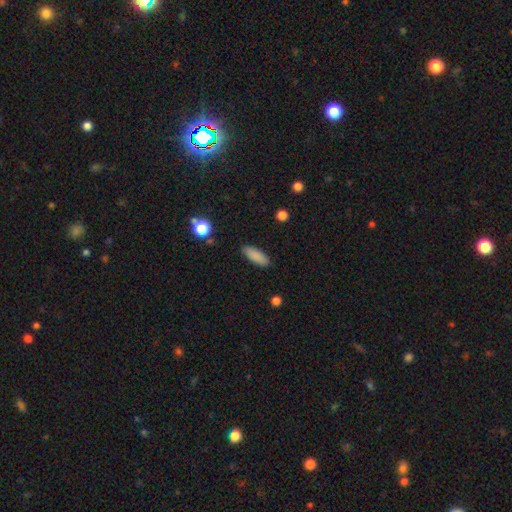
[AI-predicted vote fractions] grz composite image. It shows a smooth galaxy with no disk features (88%) that is in between round and cigar-shaped (63%). Merging: none (89%).